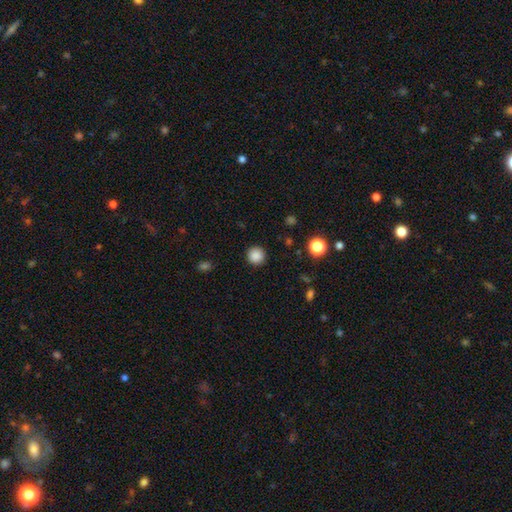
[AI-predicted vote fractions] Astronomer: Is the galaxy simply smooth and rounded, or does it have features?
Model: smooth — 87%.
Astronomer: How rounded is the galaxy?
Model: round — 95%.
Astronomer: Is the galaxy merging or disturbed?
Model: none — 91%.